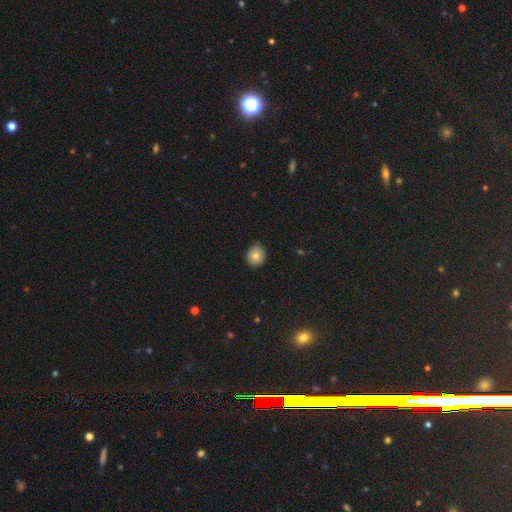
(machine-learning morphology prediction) Overall: smooth (81%). How rounded: round (69%; in between 30%). Merging: none (78%).